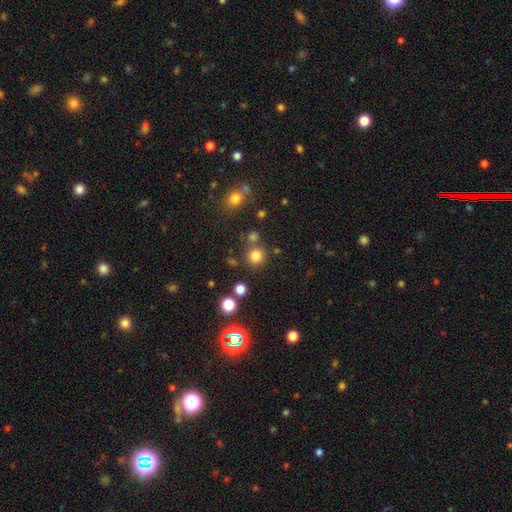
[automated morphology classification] smooth-or-featured: smooth: 80% | star or artifact: 15% | featured or disk: 5%
  how-rounded: round: 92% | in between: 7% | cigar-shaped: 1%
  merging: none: 79% | merger: 9% | minor disturbance: 8% | major disturbance: 3%